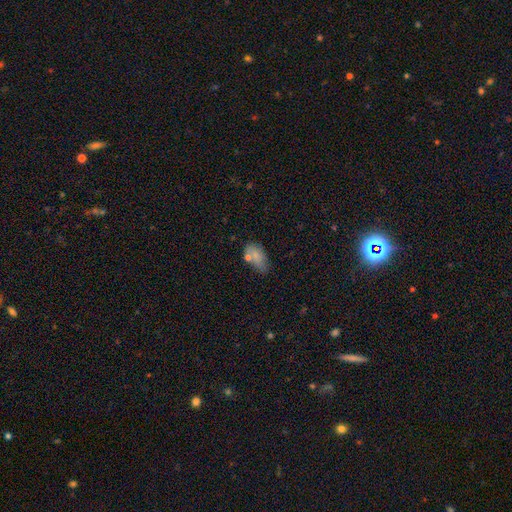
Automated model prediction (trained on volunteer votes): The model was most divided on "merging": none: 51%, minor disturbance: 26%, merger: 14%, major disturbance: 9%. More confident: how rounded — in between (91%); smooth or featured — smooth (76%).